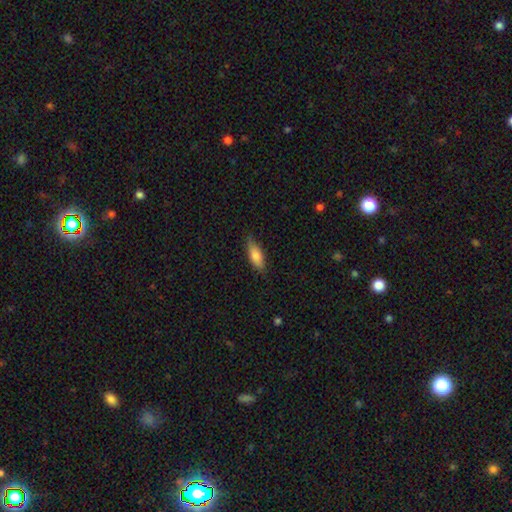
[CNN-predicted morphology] smooth-or-featured: smooth: 76% | featured or disk: 17% | star or artifact: 6%
  how-rounded: in between: 68% | cigar-shaped: 30% | round: 2%
  merging: none: 77% | minor disturbance: 19% | major disturbance: 3% | merger: 1%